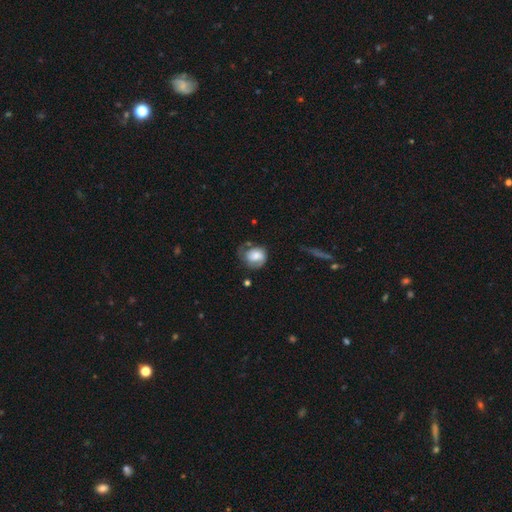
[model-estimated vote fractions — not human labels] This is possibly a smooth galaxy (53%). How rounded: likely round (62%). Merging: marginally none (41%).